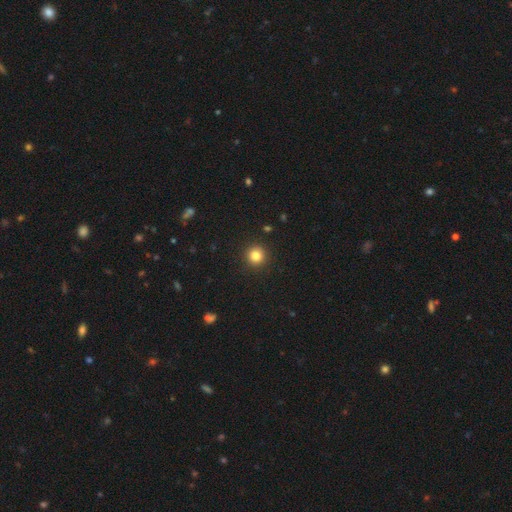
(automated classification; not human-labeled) This appears to be a smooth galaxy with no disk features (83%) that is round (94%). Merging: none (92%).